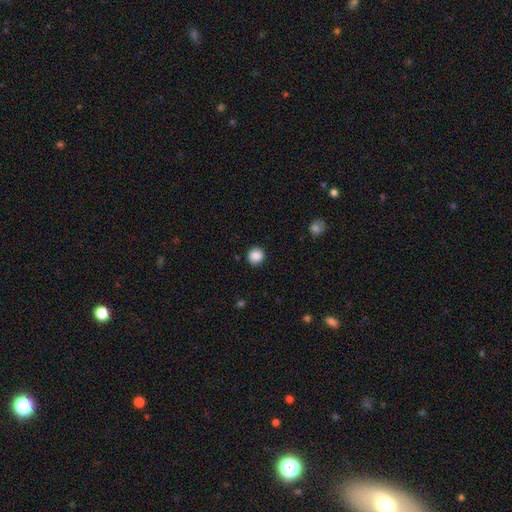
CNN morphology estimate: smooth-or-featured: smooth: 88% | star or artifact: 9% | featured or disk: 3%
  how-rounded: round: 90% | in between: 9% | cigar-shaped: 1%
  merging: none: 90% | minor disturbance: 7% | major disturbance: 2% | merger: 1%